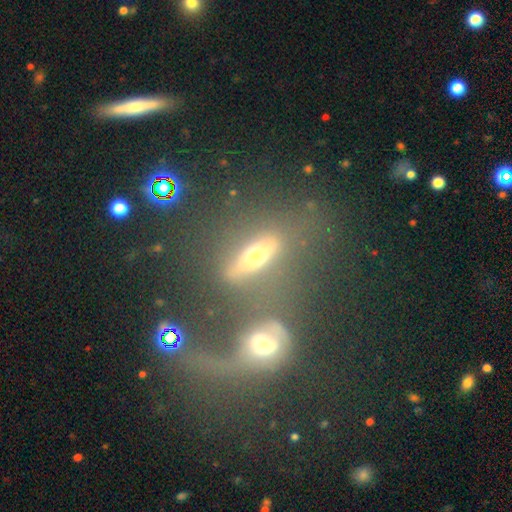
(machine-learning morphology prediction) A featured or disk galaxy (46%).

Vote fractions:
- Smooth or featured? featured or disk: 46% / smooth: 41% / star or artifact: 13%
- Merging? none: 39% / merger: 35% / major disturbance: 14% / minor disturbance: 12%